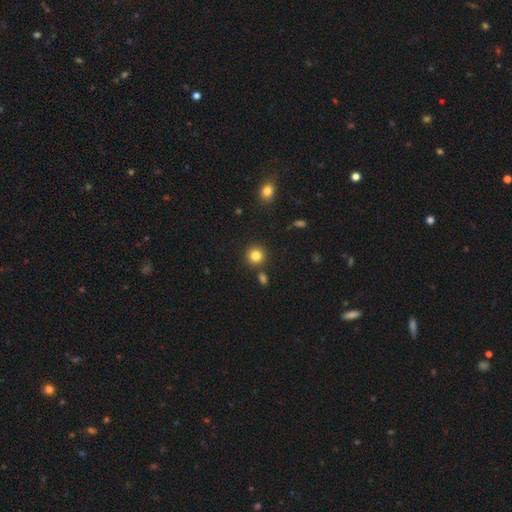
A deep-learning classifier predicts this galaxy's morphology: A smooth galaxy with no disk features (84%) that is round (92%).

Vote fractions:
- Smooth or featured? smooth: 84% / star or artifact: 11% / featured or disk: 5%
- How rounded? round: 92% / in between: 7% / cigar-shaped: 1%
- Merging? none: 85% / minor disturbance: 7% / merger: 6% / major disturbance: 2%